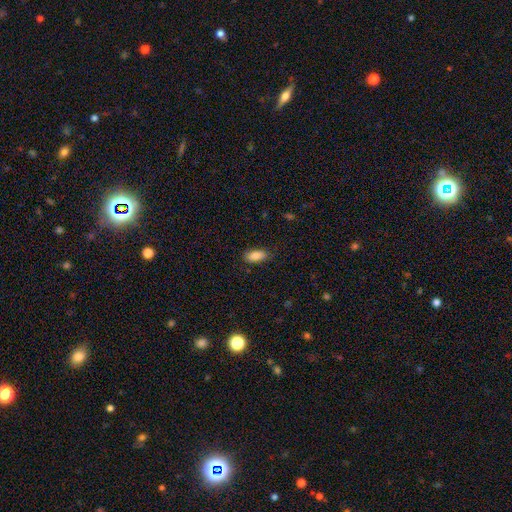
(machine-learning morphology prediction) Smooth or featured?
  - smooth: 87% *
  - star or artifact: 7%
  - featured or disk: 5%
How rounded?
  - in between: 89% *
  - cigar-shaped: 9%
  - round: 3%
Merging?
  - none: 80% *
  - minor disturbance: 16%
  - major disturbance: 3%
  - merger: 1%